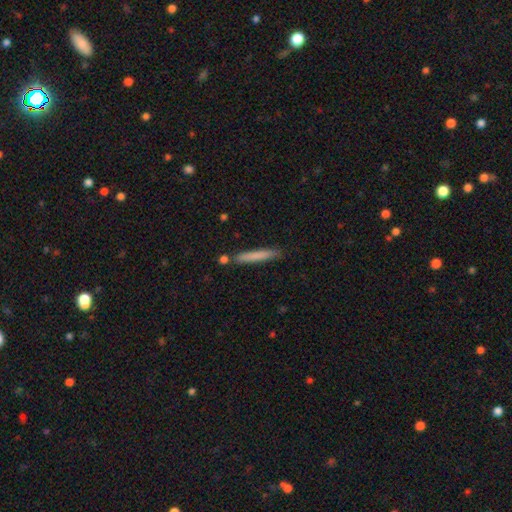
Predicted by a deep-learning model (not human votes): Smooth or featured? smooth (75%)
How rounded? cigar-shaped (95%)
Merging? none (83%)